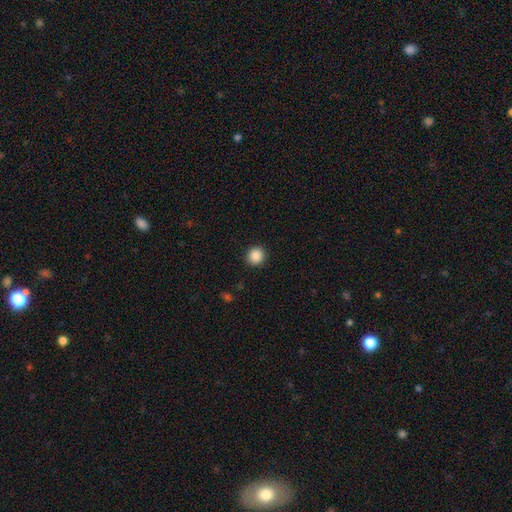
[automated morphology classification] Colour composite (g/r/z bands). It shows a smooth galaxy with no disk features (88%) that is round (91%). Merging: none (92%).